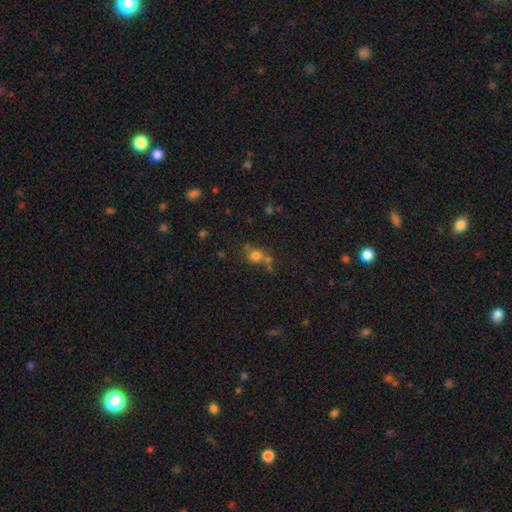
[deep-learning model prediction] Smooth or featured? Predicted: smooth (p=0.72). How rounded? Predicted: round (p=0.74). Merging? Predicted: none (p=0.49).